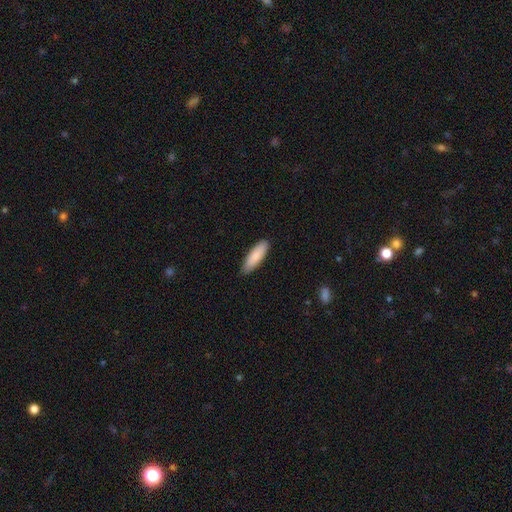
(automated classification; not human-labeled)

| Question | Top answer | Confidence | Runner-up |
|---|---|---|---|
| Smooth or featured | smooth | 86% | featured or disk (9%) |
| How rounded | in between | 50% | cigar-shaped (48%) |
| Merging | none | 87% | minor disturbance (11%) |